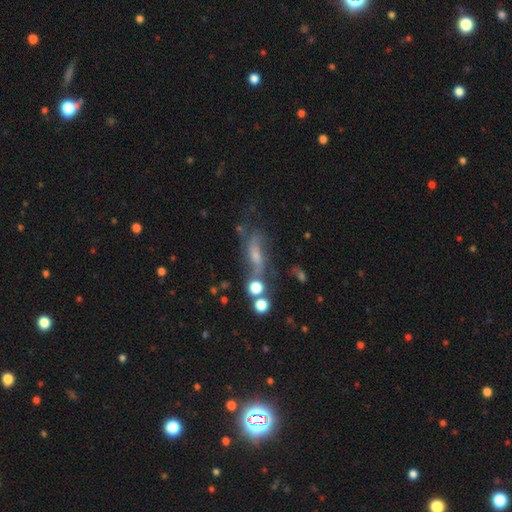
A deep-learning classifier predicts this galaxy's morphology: This is possibly a featured or disk galaxy (54%). It is likely not viewed edge-on (70%). Merging: possibly none (48%).